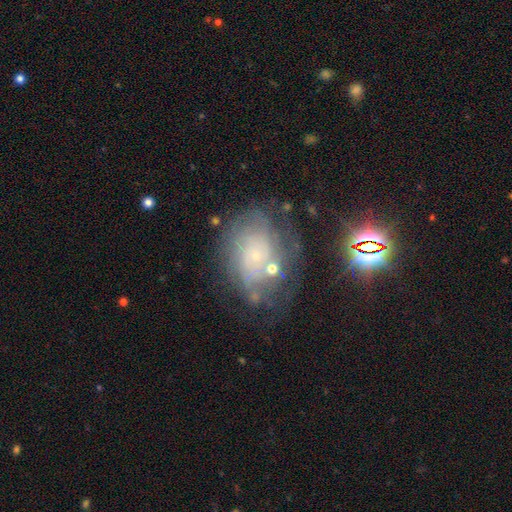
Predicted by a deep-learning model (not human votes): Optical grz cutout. It shows a featured or disk galaxy (64%) with no bar (83%), spiral arms (79%) and a small central bulge (82%). Merging: none (58%).